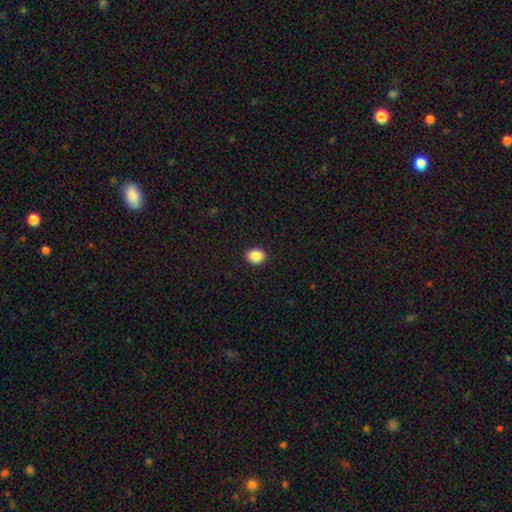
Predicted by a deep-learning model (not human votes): Q: Smooth or featured?
A: smooth (88%); runner-up: star or artifact (8%)
Q: How rounded?
A: round (55%); runner-up: in between (45%)
Q: Merging?
A: none (92%); runner-up: minor disturbance (6%)